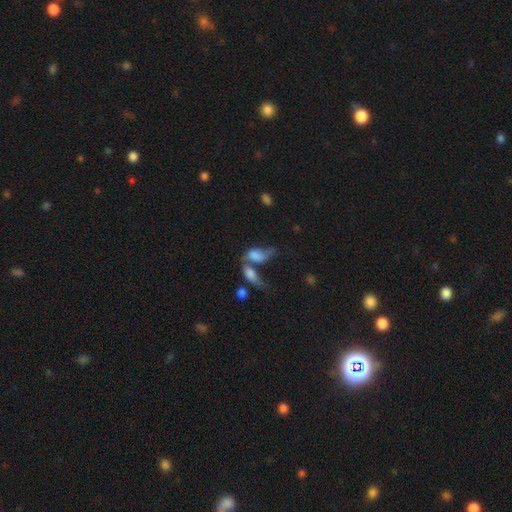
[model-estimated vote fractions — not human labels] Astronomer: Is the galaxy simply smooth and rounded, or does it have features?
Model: smooth — 65%.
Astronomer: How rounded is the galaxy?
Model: in between — 87%.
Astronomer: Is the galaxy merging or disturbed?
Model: merger — 57%.